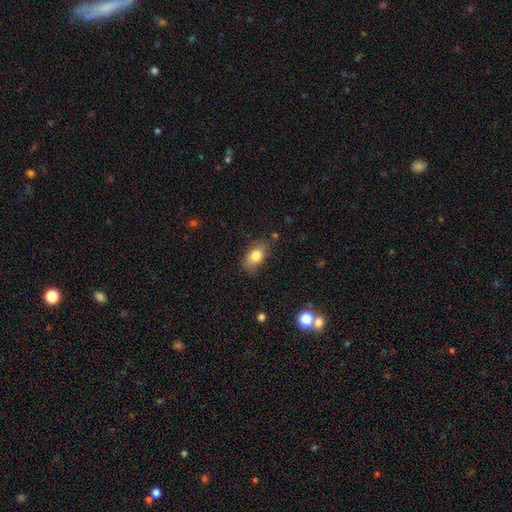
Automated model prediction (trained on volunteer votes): Smooth or featured?
  - smooth: 81% *
  - featured or disk: 11%
  - star or artifact: 8%
How rounded?
  - in between: 86% *
  - round: 12%
  - cigar-shaped: 2%
Merging?
  - none: 76% *
  - minor disturbance: 18%
  - major disturbance: 4%
  - merger: 2%